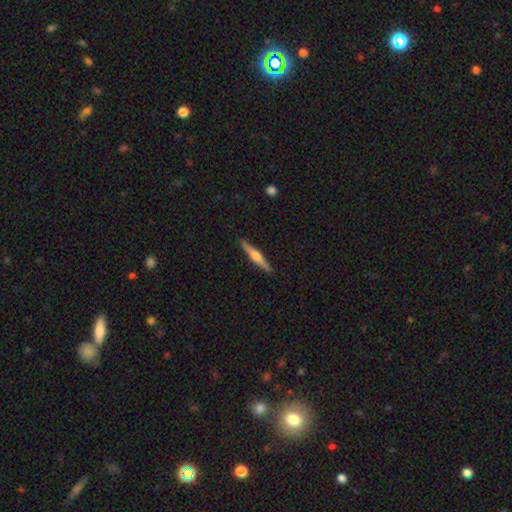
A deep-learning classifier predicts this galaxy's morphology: This is likely a featured or disk galaxy (66%). It is clearly viewed edge-on (98%). Edge-on bulge: clearly rounded (88%). Merging: clearly none (91%).